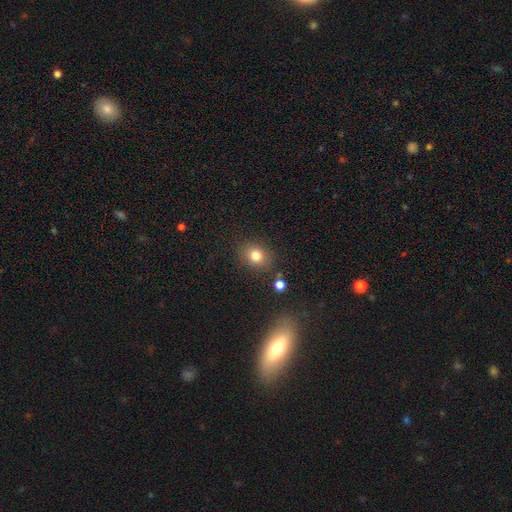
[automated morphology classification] smooth-or-featured: smooth: 79% | star or artifact: 13% | featured or disk: 8%
  how-rounded: round: 63% | in between: 36% | cigar-shaped: 1%
  merging: none: 84% | minor disturbance: 10% | major disturbance: 3% | merger: 3%